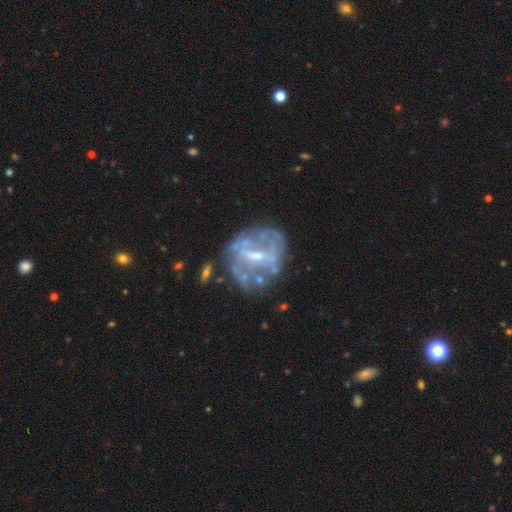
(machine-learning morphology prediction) Overall: featured or disk (76%). Edge-on disk: no (97%). Bar: weak (45%; no 29%). Spiral arms: no (60%; yes 40%). Bulge size: small (45%; moderate 37%). Merging: none (53%; minor disturbance 20%).